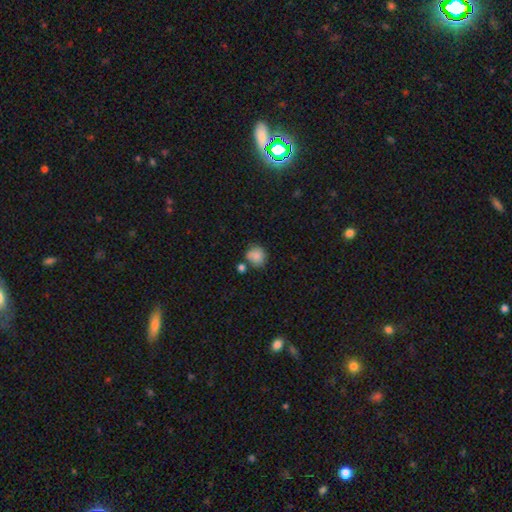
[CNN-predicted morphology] The model was most divided on "merging": none: 65%, minor disturbance: 17%, merger: 14%, major disturbance: 4%. More confident: smooth or featured — smooth (85%); how rounded — round (82%).